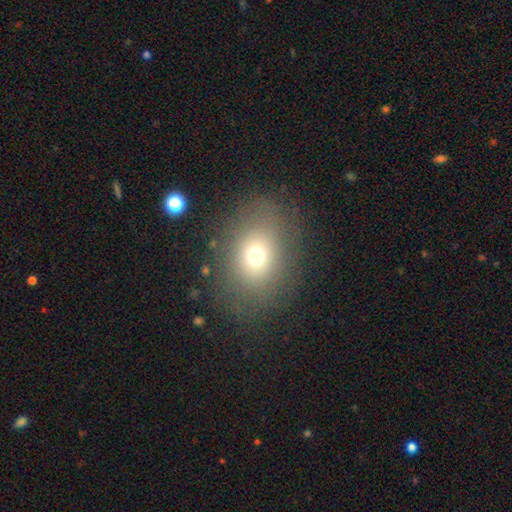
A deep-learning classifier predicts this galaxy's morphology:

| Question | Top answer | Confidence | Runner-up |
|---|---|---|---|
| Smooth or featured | smooth | 69% | star or artifact (16%) |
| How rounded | in between | 51% | round (48%) |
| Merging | none | 79% | minor disturbance (12%) |